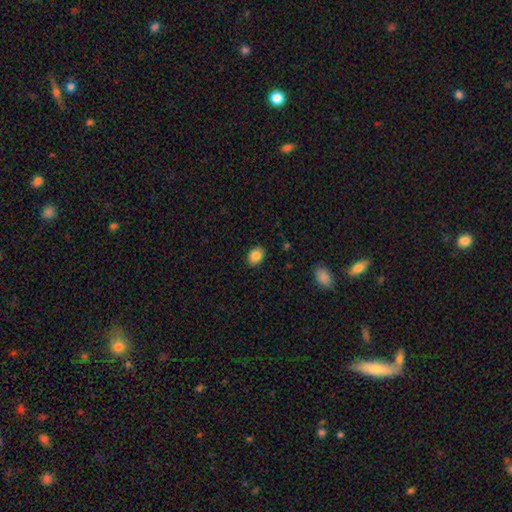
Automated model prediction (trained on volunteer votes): smooth 87%, star or artifact 8%, featured or disk 5%. Down the decision tree: how rounded — in between (64%); merging — none (88%).